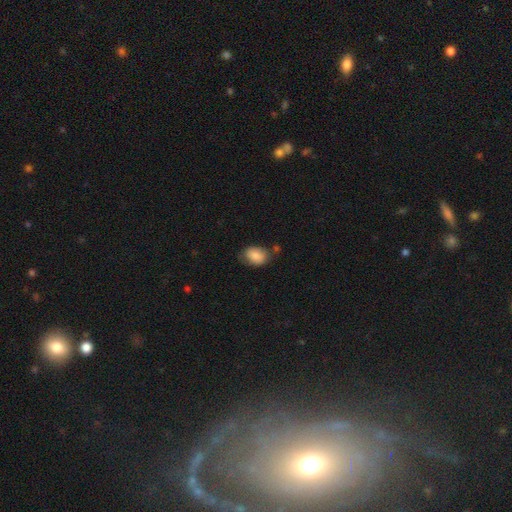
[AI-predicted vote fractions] The model was most divided on "merging": none: 65%, minor disturbance: 23%, merger: 6%, major disturbance: 6%. More confident: smooth or featured — smooth (85%); how rounded — in between (74%).